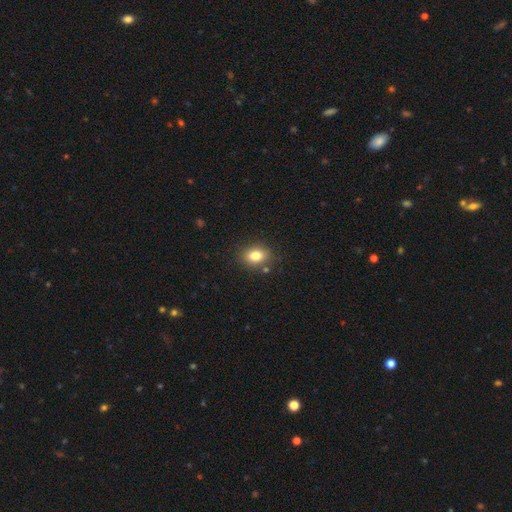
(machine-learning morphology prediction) smooth 81%, star or artifact 10%, featured or disk 9%. Down the decision tree: how rounded — in between (70%); merging — none (83%).